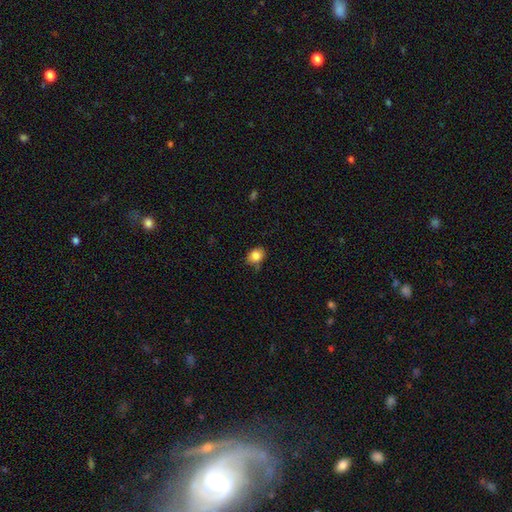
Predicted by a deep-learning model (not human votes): A smooth galaxy with no disk features (84%) that is in between round and cigar-shaped (51%). Merging: none (70%).